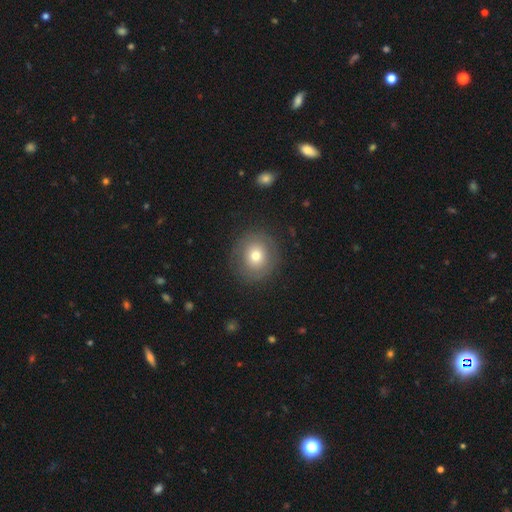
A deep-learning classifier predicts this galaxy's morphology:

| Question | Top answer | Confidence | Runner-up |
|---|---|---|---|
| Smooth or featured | smooth | 68% | featured or disk (21%) |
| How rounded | round | 83% | in between (16%) |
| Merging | none | 85% | minor disturbance (10%) |